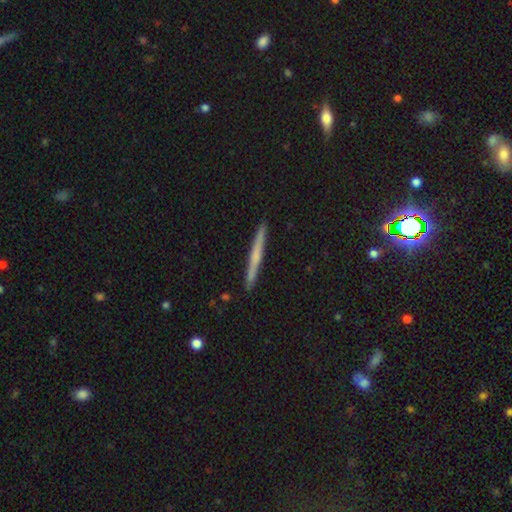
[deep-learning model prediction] smooth-or-featured: featured or disk: 51% | smooth: 41% | star or artifact: 8%
  disk-edge-on: yes: 98% | no: 2%
  merging: none: 92% | minor disturbance: 6% | major disturbance: 1% | merger: 1%